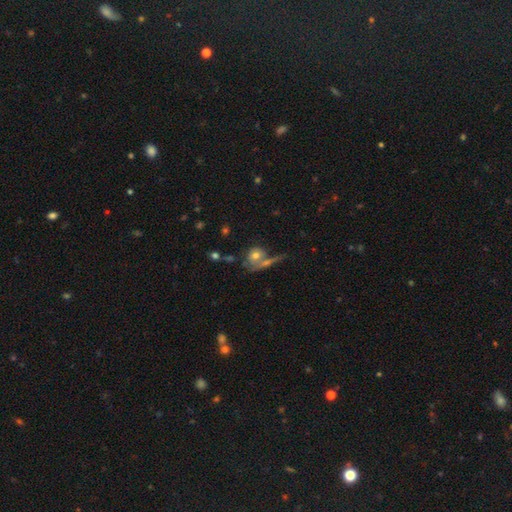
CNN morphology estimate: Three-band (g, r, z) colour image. It shows a smooth galaxy with no disk features (58%) that is round (64%). Merging: none (37%).